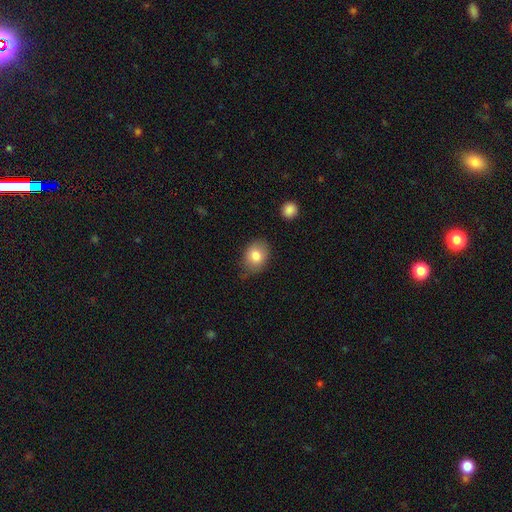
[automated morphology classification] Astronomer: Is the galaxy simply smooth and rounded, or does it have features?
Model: smooth — 81%.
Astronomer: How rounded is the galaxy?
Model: in between — 59% (runner-up: round, 40%).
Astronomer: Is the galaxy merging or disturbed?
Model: none — 73%.